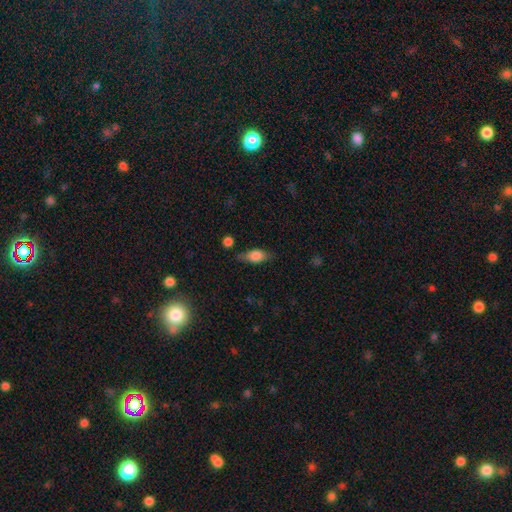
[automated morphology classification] smooth-or-featured: smooth: 72% | featured or disk: 21% | star or artifact: 8%
  how-rounded: in between: 80% | cigar-shaped: 15% | round: 5%
  merging: none: 70% | minor disturbance: 21% | major disturbance: 5% | merger: 3%